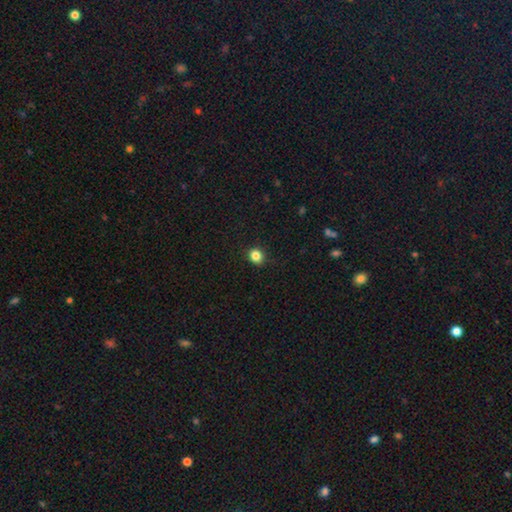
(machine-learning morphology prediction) smooth 84%, star or artifact 11%, featured or disk 5%. Down the decision tree: how rounded — round (72%); merging — none (89%).